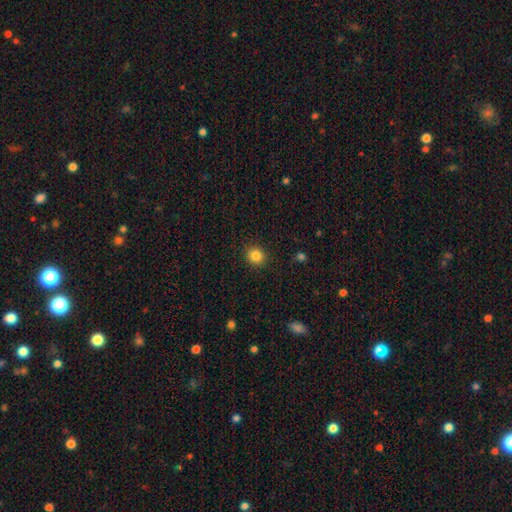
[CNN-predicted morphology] type=smooth (85%); roundness=round (87%); merging=none (91%).